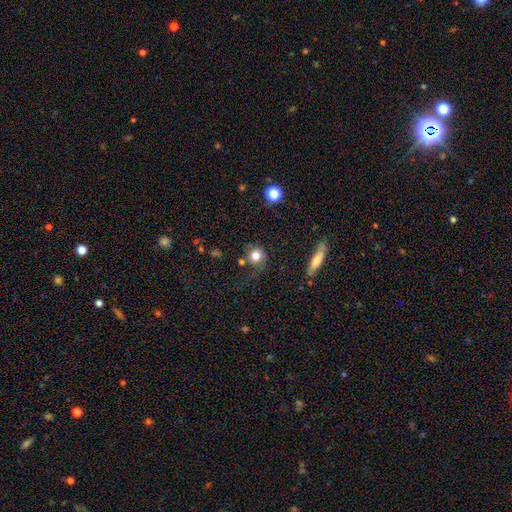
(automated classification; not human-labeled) This appears to be a smooth galaxy with no disk features (79%) that is round (88%). Merging: none (69%).